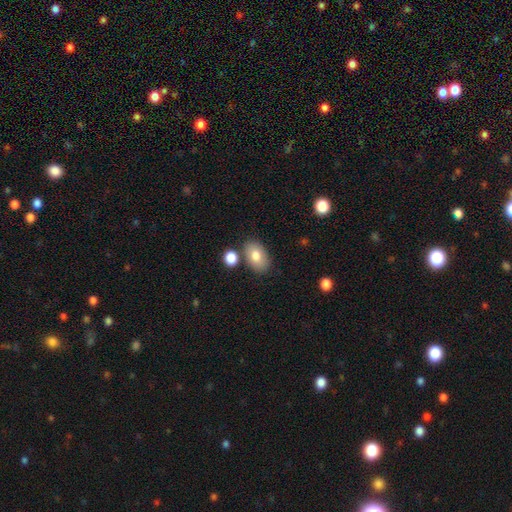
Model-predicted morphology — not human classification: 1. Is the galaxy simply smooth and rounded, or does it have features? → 78% smooth, 14% featured or disk, 7% star or artifact.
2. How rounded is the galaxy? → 88% in between, 11% round, 1% cigar-shaped.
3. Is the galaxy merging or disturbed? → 75% none, 12% minor disturbance, 10% merger, 3% major disturbance.